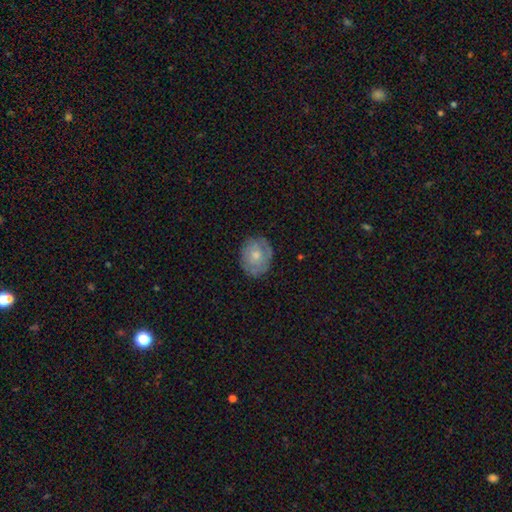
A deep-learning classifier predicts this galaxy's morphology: Smooth or featured?
  - smooth: 61% *
  - featured or disk: 32%
  - star or artifact: 7%
How rounded?
  - round: 63% *
  - in between: 36%
  - cigar-shaped: 1%
Merging?
  - none: 78% *
  - minor disturbance: 17%
  - major disturbance: 4%
  - merger: 1%